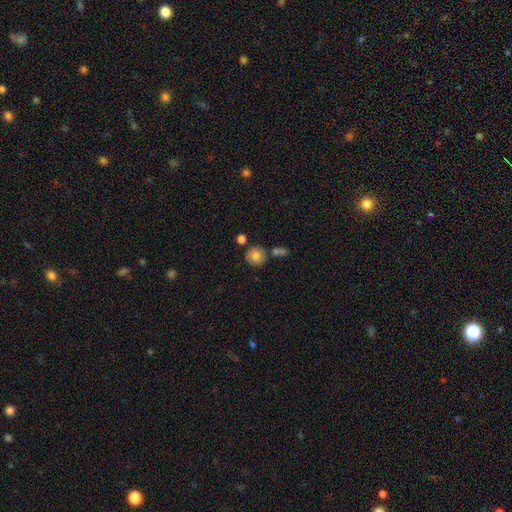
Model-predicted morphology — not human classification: Q: Smooth or featured?
A: smooth (73%); runner-up: featured or disk (18%)
Q: How rounded?
A: round (90%); runner-up: in between (9%)
Q: Merging?
A: none (69%); runner-up: merger (14%)